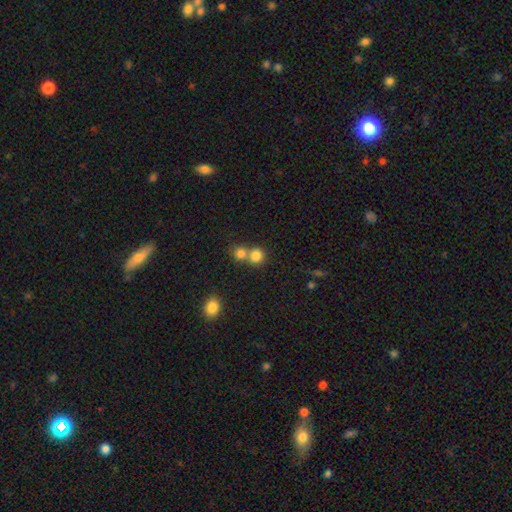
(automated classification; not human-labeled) Morphology: type=smooth (81%); roundness=round (87%); merging=merger (46%, tied with none).